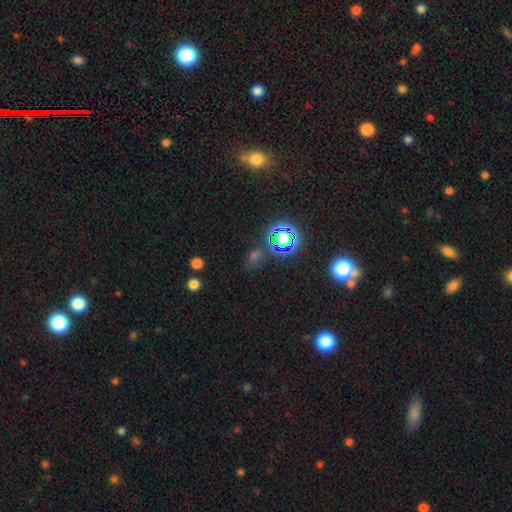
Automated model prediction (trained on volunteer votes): A star or artifact, not a galaxy (56%).

Vote fractions:
- Smooth or featured? star or artifact: 56% / smooth: 34% / featured or disk: 10%